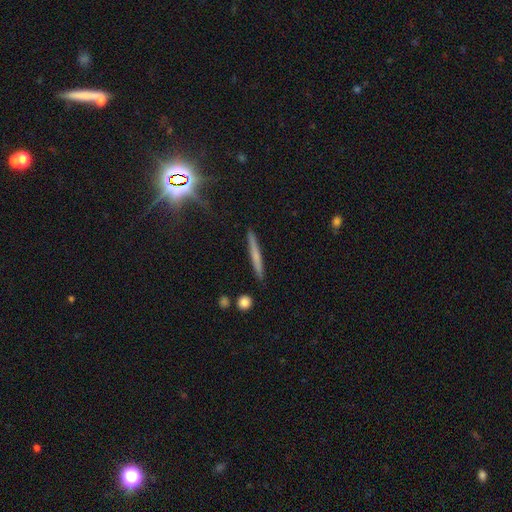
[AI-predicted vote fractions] smooth-or-featured: smooth: 52% | featured or disk: 38% | star or artifact: 10%
  how-rounded: cigar-shaped: 95% | in between: 3% | round: 2%
  merging: none: 90% | minor disturbance: 7% | merger: 2% | major disturbance: 2%